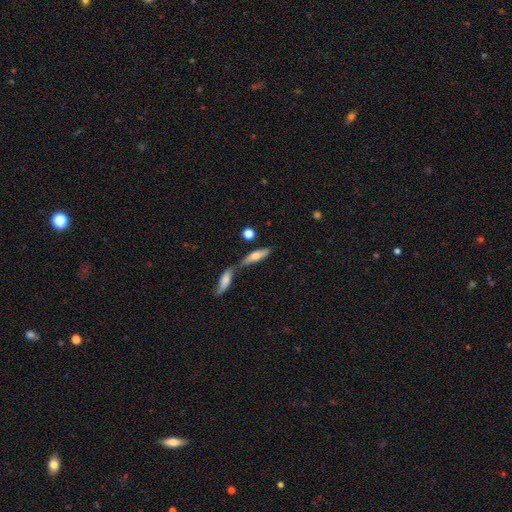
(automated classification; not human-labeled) smooth 64%, featured or disk 29%, star or artifact 7%. Down the decision tree: how rounded — cigar-shaped (58%); merging — none (49%).